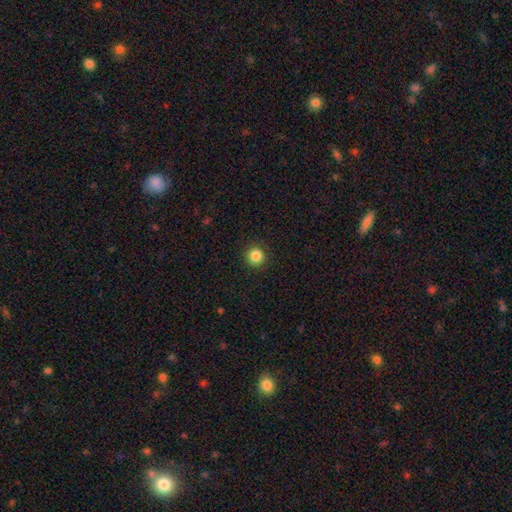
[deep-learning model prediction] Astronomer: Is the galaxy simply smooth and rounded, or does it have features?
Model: smooth — 85%.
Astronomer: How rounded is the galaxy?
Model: round — 95%.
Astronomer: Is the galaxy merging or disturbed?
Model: none — 92%.